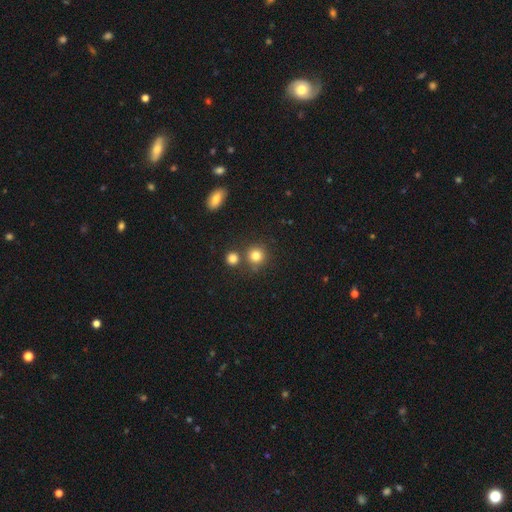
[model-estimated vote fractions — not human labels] Q: Smooth or featured?
A: smooth (81%); runner-up: star or artifact (13%)
Q: How rounded?
A: round (91%); runner-up: in between (8%)
Q: Merging?
A: none (75%); runner-up: merger (14%)